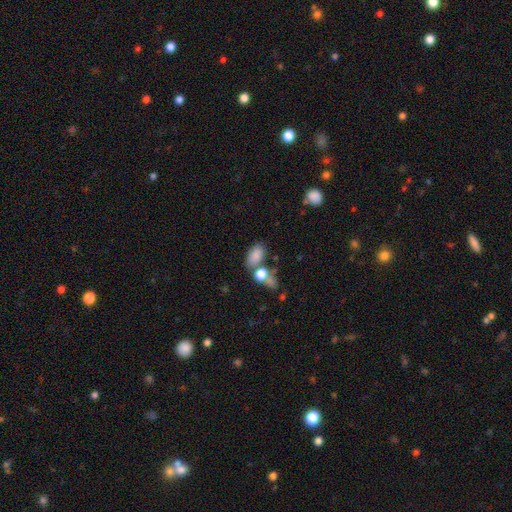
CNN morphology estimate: type=smooth (81%); roundness=in between (88%); merging=none (48%).